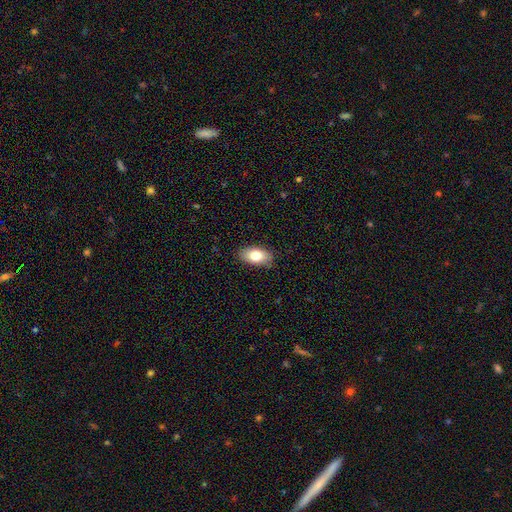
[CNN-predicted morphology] smooth_or_featured: smooth (p=0.79) [alt: featured or disk p=0.13]
how_rounded: in between (p=0.91) [alt: round p=0.05]
merging: none (p=0.85) [alt: minor disturbance p=0.12]